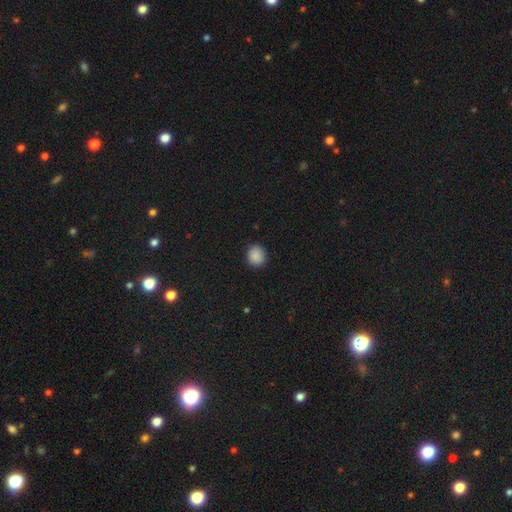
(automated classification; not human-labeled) smooth 88%, star or artifact 9%, featured or disk 3%. Down the decision tree: how rounded — round (90%); merging — none (89%).